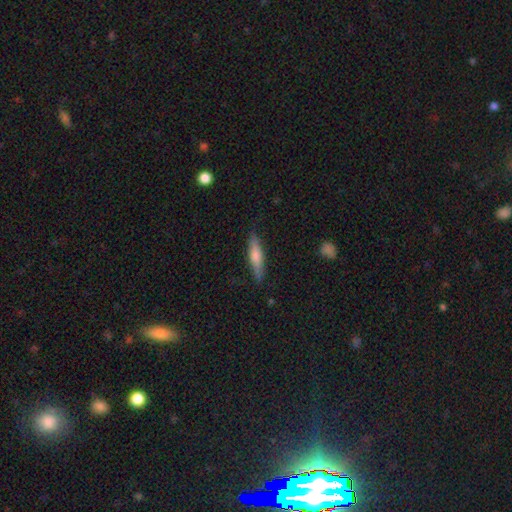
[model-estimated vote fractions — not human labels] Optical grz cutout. It shows a smooth galaxy with no disk features (55%) that is cigar-shaped (83%). Merging: none (85%).